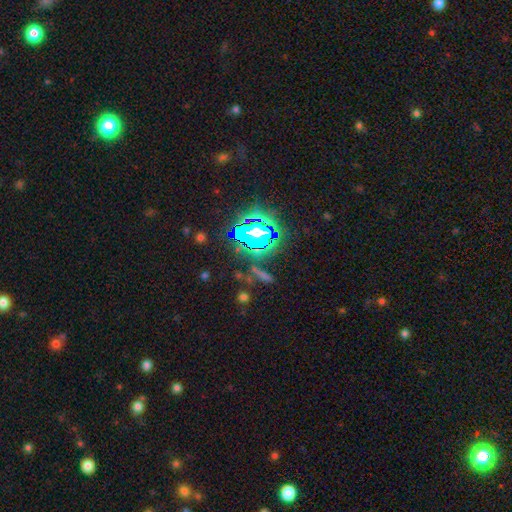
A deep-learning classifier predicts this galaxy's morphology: Smooth or featured? star or artifact (81%)